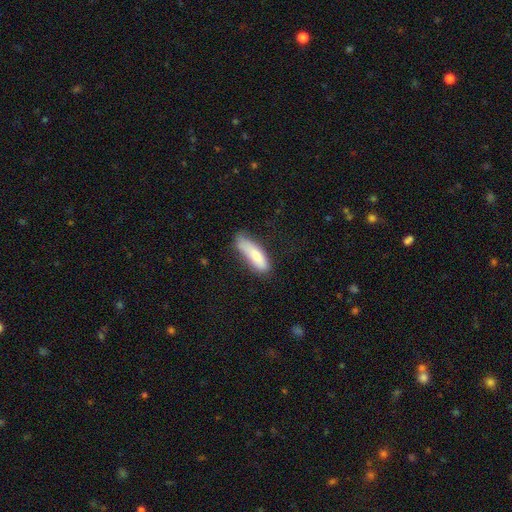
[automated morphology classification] The model was most divided on "how rounded": cigar-shaped: 53%, in between: 45%, round: 2%. More confident: smooth or featured — smooth (78%); merging — none (50%).